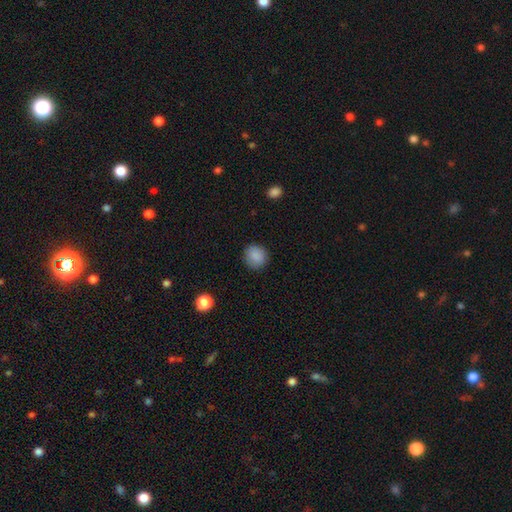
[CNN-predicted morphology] Q: Smooth or featured?
A: smooth (88%); runner-up: star or artifact (8%)
Q: How rounded?
A: round (89%); runner-up: in between (10%)
Q: Merging?
A: none (89%); runner-up: minor disturbance (7%)